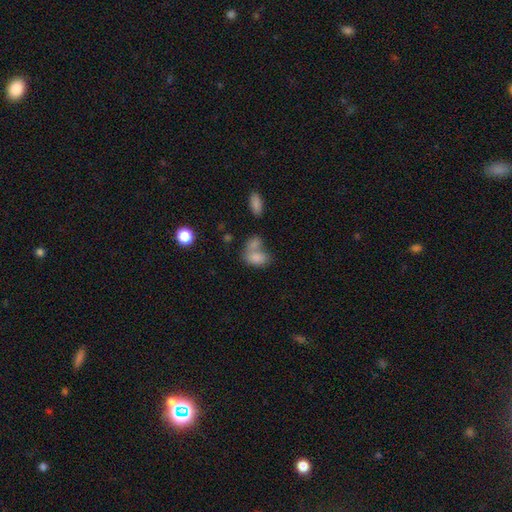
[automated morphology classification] A smooth galaxy with no disk features (80%) that is in between round and cigar-shaped (85%).

Vote fractions:
- Smooth or featured? smooth: 80% / featured or disk: 11% / star or artifact: 9%
- How rounded? in between: 85% / round: 13% / cigar-shaped: 2%
- Merging? merger: 55% / none: 28% / minor disturbance: 11% / major disturbance: 7%